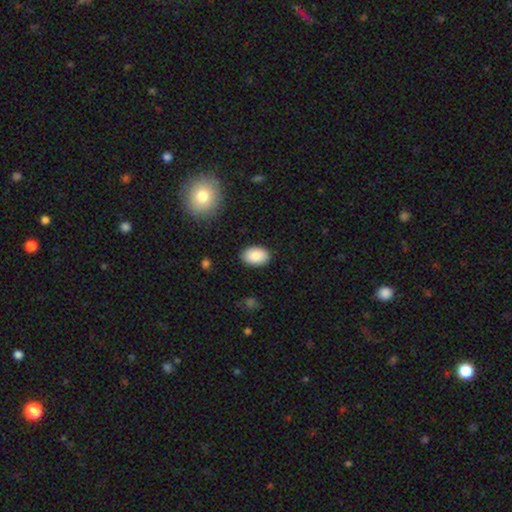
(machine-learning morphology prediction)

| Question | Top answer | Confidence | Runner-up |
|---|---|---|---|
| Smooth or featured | smooth | 87% | star or artifact (7%) |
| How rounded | in between | 90% | round (9%) |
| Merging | none | 88% | minor disturbance (9%) |